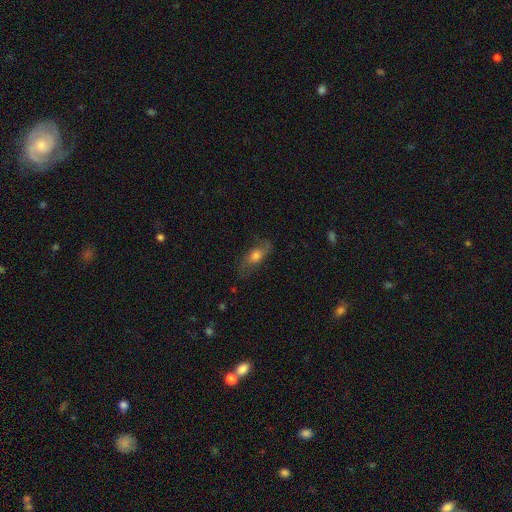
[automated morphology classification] Smooth or featured? smooth (48%)
Merging? none (68%)